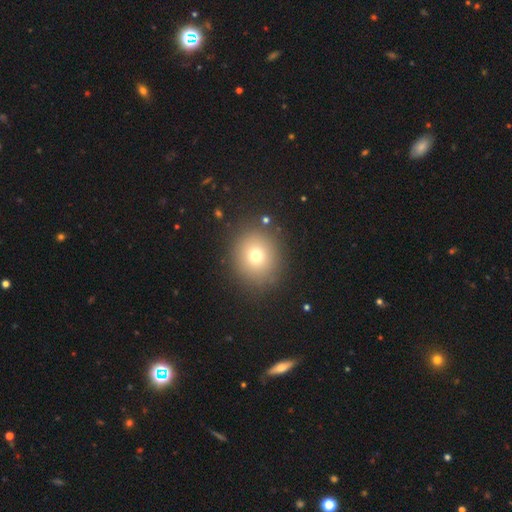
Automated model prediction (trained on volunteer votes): Q: Smooth or featured?
A: smooth (72%); runner-up: star or artifact (16%)
Q: How rounded?
A: round (79%); runner-up: in between (20%)
Q: Merging?
A: none (86%); runner-up: minor disturbance (8%)